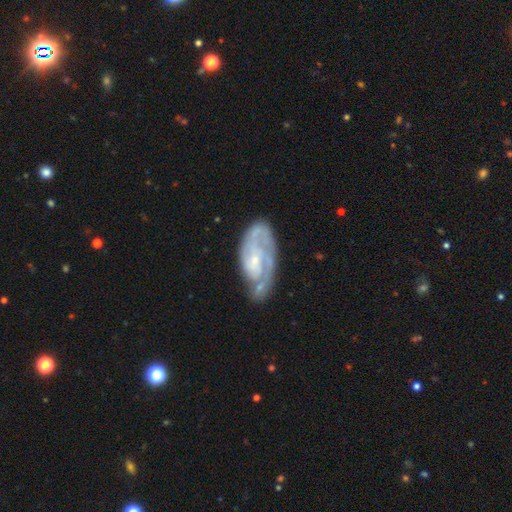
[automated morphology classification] A featured or disk galaxy (78%) with no bar (56%), 2 (46%) tight (59%) spiral arms (92%) and a small central bulge (57%). Merging: none (64%).